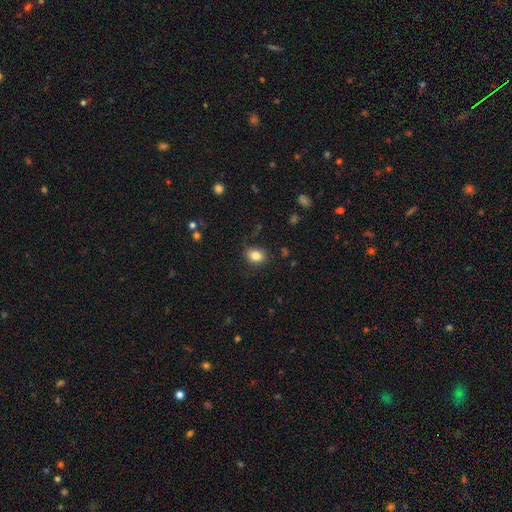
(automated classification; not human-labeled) Smooth or featured: smooth — 83% (star or artifact — 10%)
How rounded: in between — 60% (round — 39%)
Merging: none — 83% (minor disturbance — 12%)